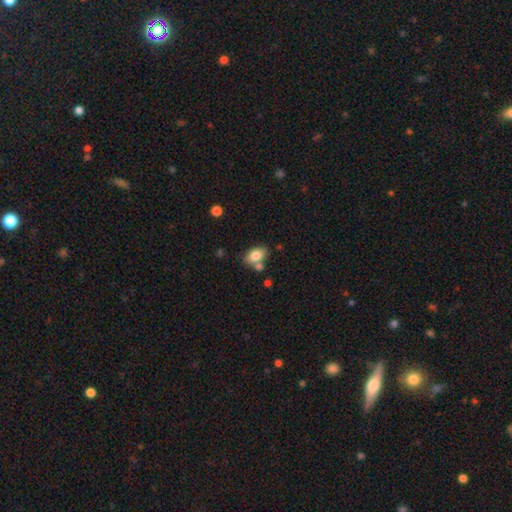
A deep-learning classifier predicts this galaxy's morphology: This appears to be a smooth galaxy with no disk features (81%) that is in between round and cigar-shaped (87%). Merging: none (64%).